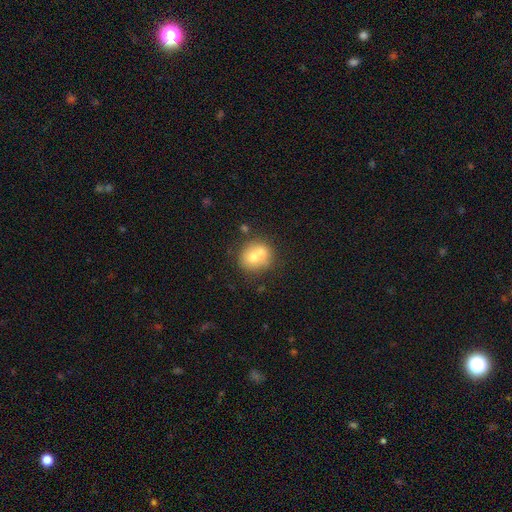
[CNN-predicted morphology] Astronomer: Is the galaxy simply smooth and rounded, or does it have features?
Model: smooth — 65%.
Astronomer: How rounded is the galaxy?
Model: round — 81%.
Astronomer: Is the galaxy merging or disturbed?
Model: merger — 53% (runner-up: none, 36%).